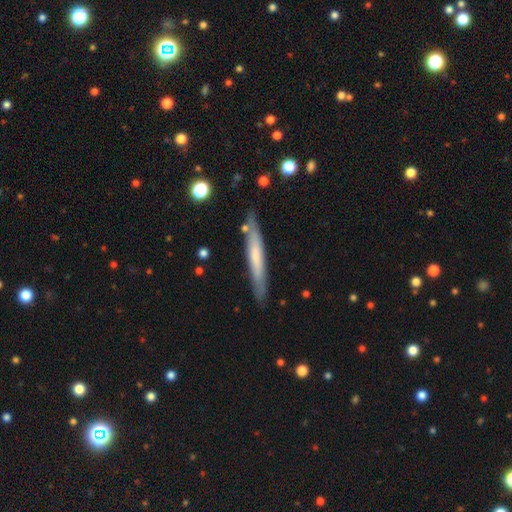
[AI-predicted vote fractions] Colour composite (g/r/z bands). It shows a smooth galaxy with no disk features (57%) that is cigar-shaped (94%). Merging: none (83%).